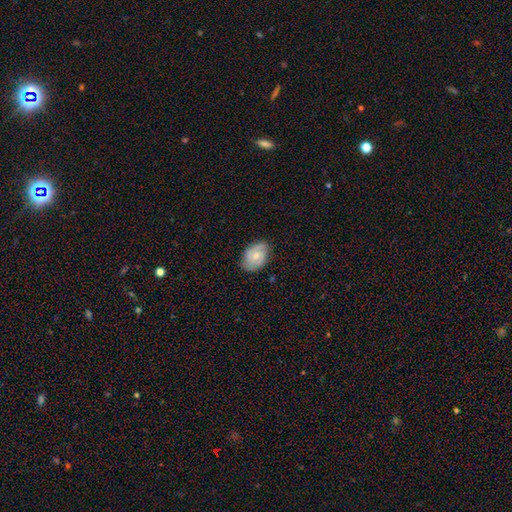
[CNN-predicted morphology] smooth-or-featured: featured or disk: 57% | smooth: 36% | star or artifact: 7%
  disk-edge-on: no: 96% | yes: 4%
    bar: no: 68% | weak: 28% | strong: 4%
    has-spiral-arms: yes: 86% | no: 14%
    bulge-size: small: 51% | moderate: 45% | none: 2% | large: 2% | dominant: 1%
  merging: none: 76% | minor disturbance: 19% | major disturbance: 4% | merger: 1%